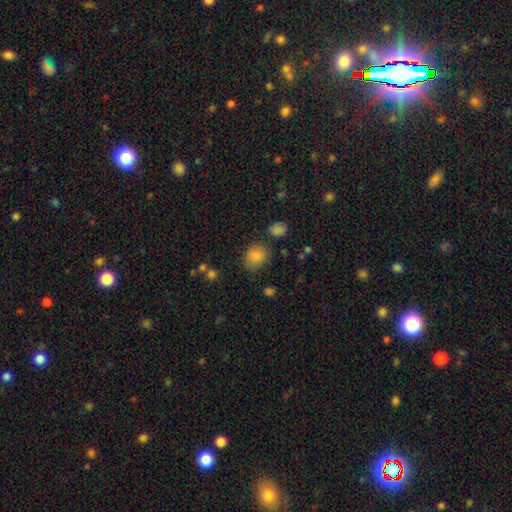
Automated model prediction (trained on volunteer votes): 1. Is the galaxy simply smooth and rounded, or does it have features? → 81% smooth, 11% star or artifact, 8% featured or disk.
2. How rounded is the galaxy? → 69% round, 30% in between, 1% cigar-shaped.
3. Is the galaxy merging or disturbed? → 74% none, 17% minor disturbance, 5% major disturbance, 4% merger.